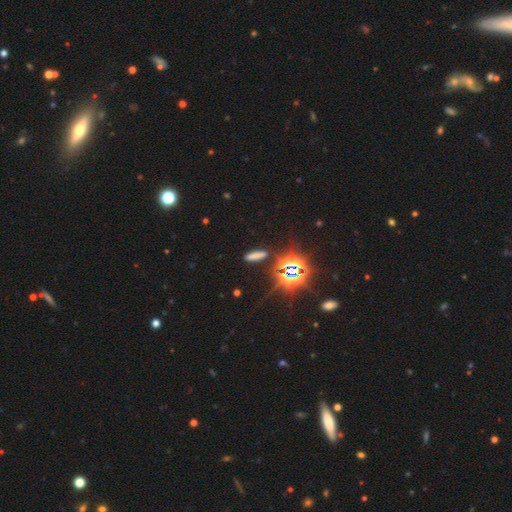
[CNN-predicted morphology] This is possibly a smooth galaxy (58%). How rounded: likely cigar-shaped (70%). Merging: clearly none (85%).